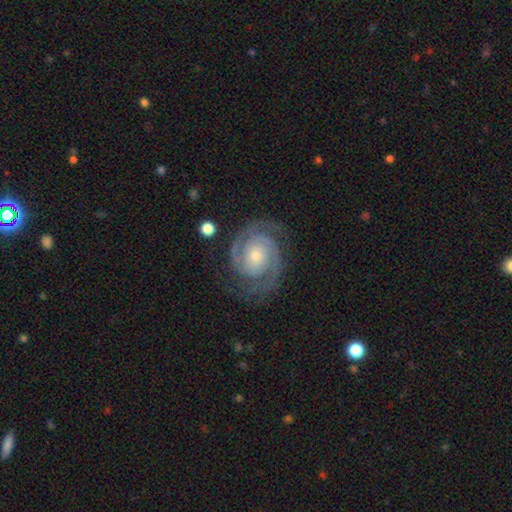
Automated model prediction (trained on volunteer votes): Smooth or featured?
  - featured or disk: 92% *
  - star or artifact: 4%
  - smooth: 4%
Edge-on disk?
  - no: 98% *
  - yes: 2%
Bar?
  - no: 70% *
  - weak: 22%
  - strong: 8%
Spiral arms?
  - yes: 98% *
  - no: 2%
Spiral winding?
  - tight: 66% *
  - medium: 30%
  - loose: 4%
Spiral arm count?
  - 2: 87% *
  - 3: 6%
  - can't tell: 3%
  - 4: 1%
  - 1: 1%
  - more than 4: 1%
Bulge size?
  - small: 52% *
  - moderate: 41%
  - large: 4%
  - none: 2%
  - dominant: 1%
Merging?
  - none: 80% *
  - minor disturbance: 13%
  - major disturbance: 5%
  - merger: 1%